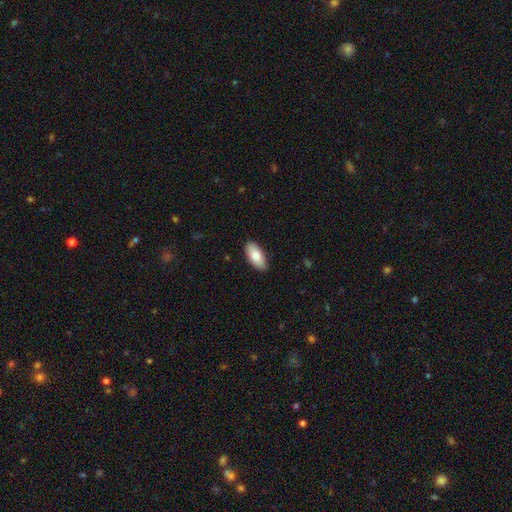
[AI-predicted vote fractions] Q: Smooth or featured?
A: smooth (79%); runner-up: featured or disk (15%)
Q: How rounded?
A: in between (91%); runner-up: cigar-shaped (7%)
Q: Merging?
A: none (88%); runner-up: minor disturbance (9%)